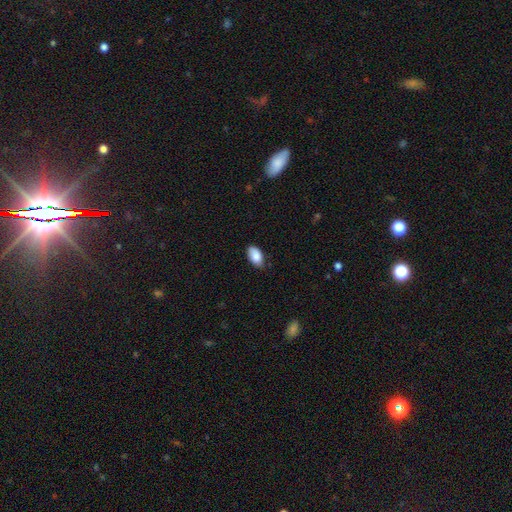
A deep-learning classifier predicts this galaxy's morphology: Smooth or featured?
  - smooth: 87% *
  - star or artifact: 7%
  - featured or disk: 7%
How rounded?
  - in between: 94% *
  - round: 4%
  - cigar-shaped: 2%
Merging?
  - none: 77% *
  - minor disturbance: 20%
  - major disturbance: 3%
  - merger: 1%